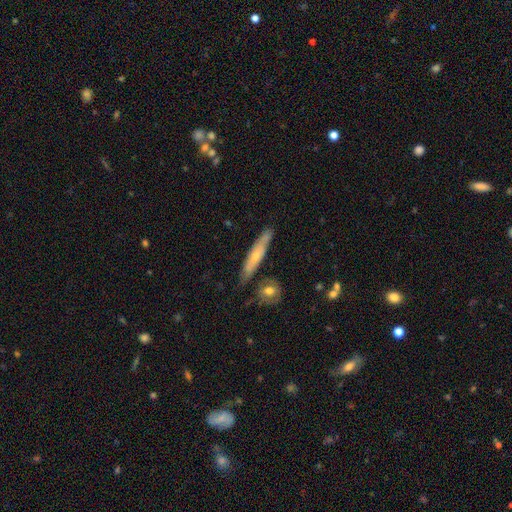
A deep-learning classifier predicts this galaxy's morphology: smooth-or-featured: featured or disk: 48% | smooth: 46% | star or artifact: 6%
  merging: none: 73% | minor disturbance: 17% | merger: 6% | major disturbance: 3%